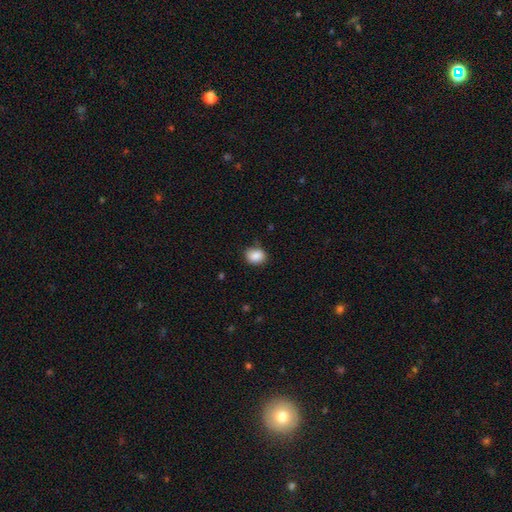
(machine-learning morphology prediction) Smooth or featured? smooth (86%)
How rounded? round (54%)
Merging? none (75%)